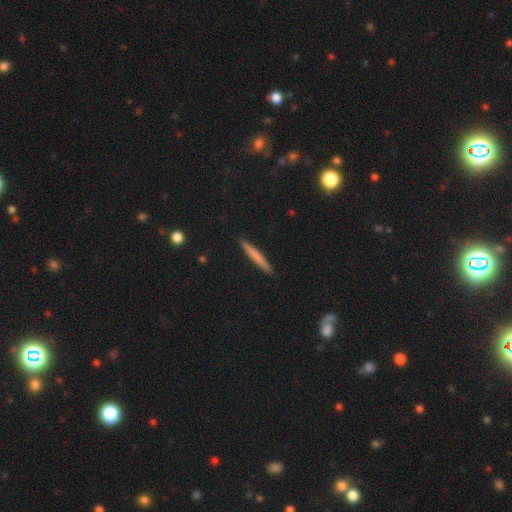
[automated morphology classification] Smooth or featured?
  - smooth: 66% *
  - featured or disk: 28%
  - star or artifact: 6%
How rounded?
  - cigar-shaped: 96% *
  - in between: 2%
  - round: 1%
Merging?
  - none: 92% *
  - minor disturbance: 5%
  - major disturbance: 1%
  - merger: 1%